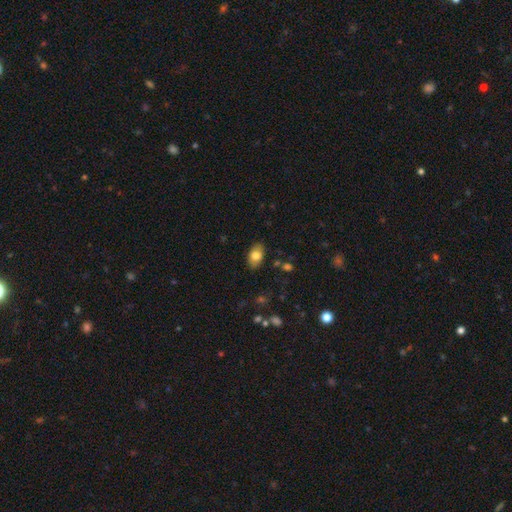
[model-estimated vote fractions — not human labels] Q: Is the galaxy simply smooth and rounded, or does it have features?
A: smooth — 79%.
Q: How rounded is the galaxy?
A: in between — 89%.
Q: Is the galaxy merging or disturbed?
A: none — 84%.